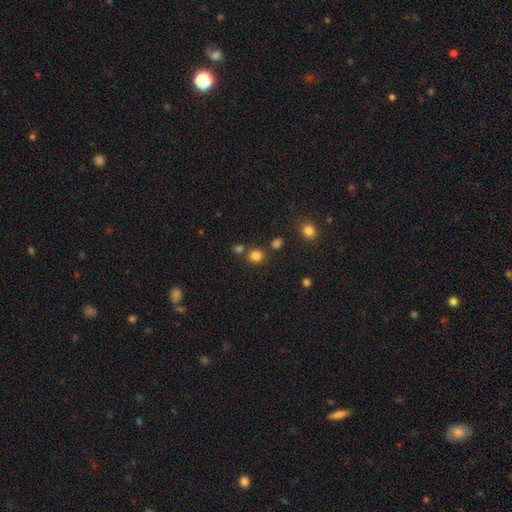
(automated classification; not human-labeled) Morphology: type=smooth (81%); roundness=round (78%); merging=none (75%).